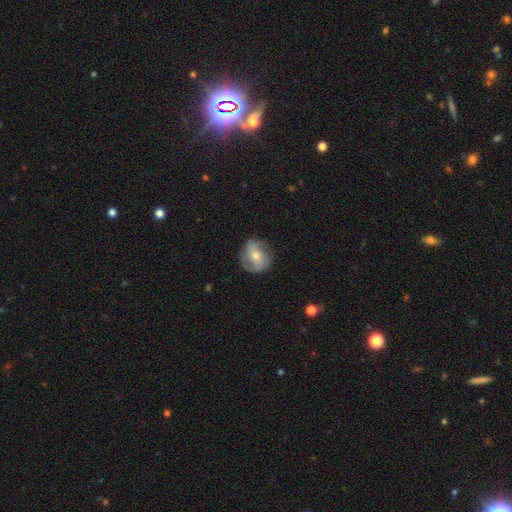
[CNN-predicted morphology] A featured or disk galaxy (58%) with no bar (50%), spiral arms (79%) and a moderate central bulge (50%).

Vote fractions:
- Smooth or featured? featured or disk: 58% / smooth: 34% / star or artifact: 8%
- Edge-on disk? no: 96% / yes: 4%
- Bar? no: 50% / weak: 33% / strong: 17%
- Spiral arms? yes: 79% / no: 21%
- Bulge size? moderate: 50% / small: 46% / large: 2% / none: 1% / dominant: 1%
- Merging? none: 75% / minor disturbance: 17% / major disturbance: 6% / merger: 1%